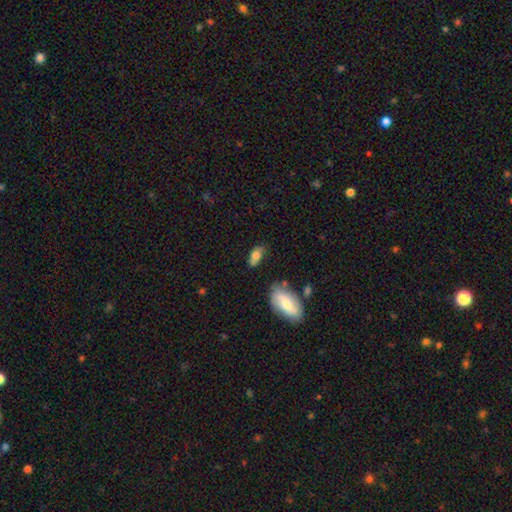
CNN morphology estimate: Smooth or featured? smooth (75%)
How rounded? in between (86%)
Merging? none (58%)